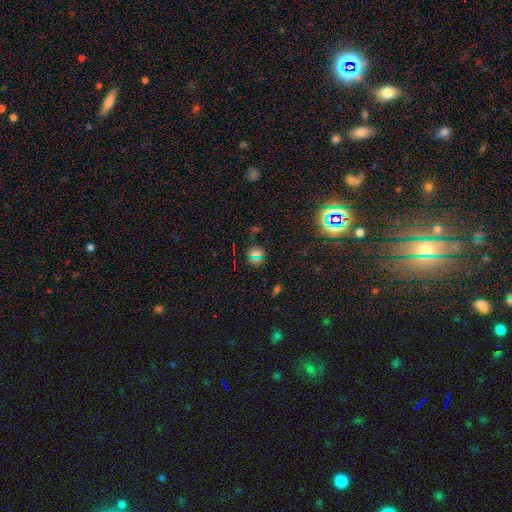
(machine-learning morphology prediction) This is possibly a star or artifact rather than a galaxy (46%).